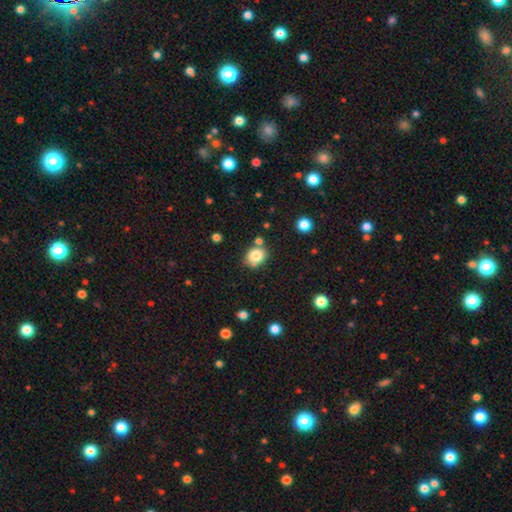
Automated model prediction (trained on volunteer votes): A smooth galaxy with no disk features (82%) that is round (65%).

Vote fractions:
- Smooth or featured? smooth: 82% / star or artifact: 11% / featured or disk: 8%
- How rounded? round: 65% / in between: 34% / cigar-shaped: 1%
- Merging? none: 71% / minor disturbance: 14% / merger: 11% / major disturbance: 3%